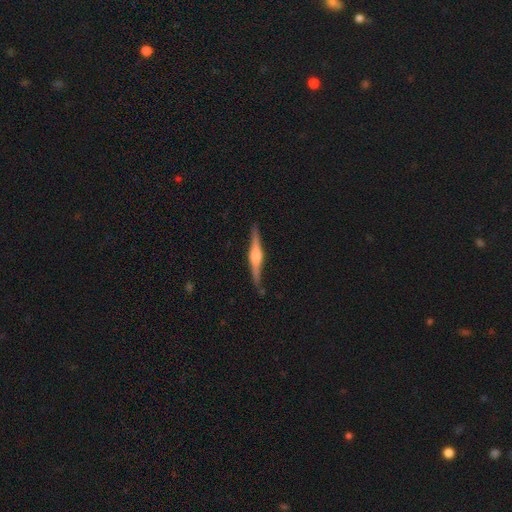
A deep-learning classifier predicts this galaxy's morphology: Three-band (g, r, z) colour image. It shows a featured or disk galaxy (80%) viewed edge-on (98%) with a rounded central bulge (88%). Merging: none (88%).